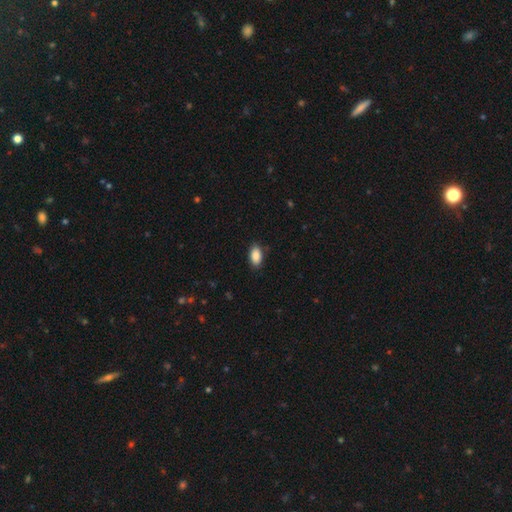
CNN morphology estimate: Smooth or featured?
  - smooth: 89% *
  - star or artifact: 7%
  - featured or disk: 4%
How rounded?
  - in between: 93% *
  - round: 4%
  - cigar-shaped: 2%
Merging?
  - none: 86% *
  - minor disturbance: 11%
  - major disturbance: 2%
  - merger: 1%